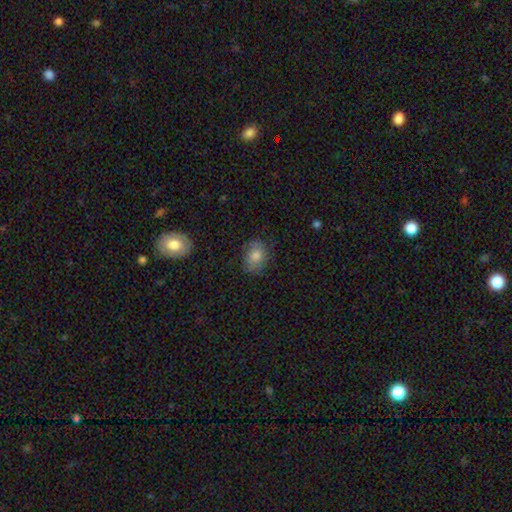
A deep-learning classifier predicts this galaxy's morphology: Smooth or featured? smooth (78%)
How rounded? in between (63%)
Merging? none (79%)